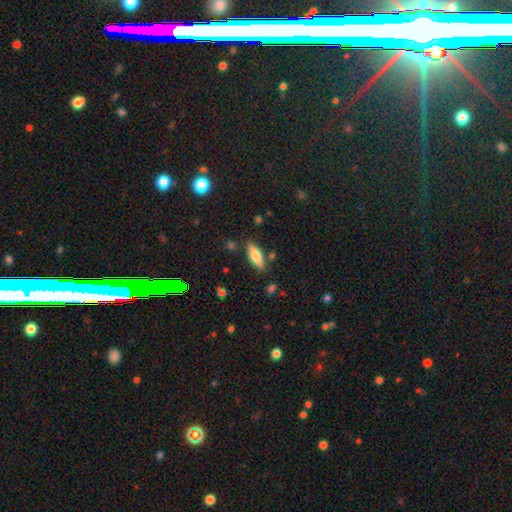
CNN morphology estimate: Smooth or featured?
  - smooth: 68% *
  - featured or disk: 25%
  - star or artifact: 7%
How rounded?
  - in between: 58% *
  - cigar-shaped: 40%
  - round: 2%
Merging?
  - none: 81% *
  - minor disturbance: 12%
  - merger: 4%
  - major disturbance: 3%